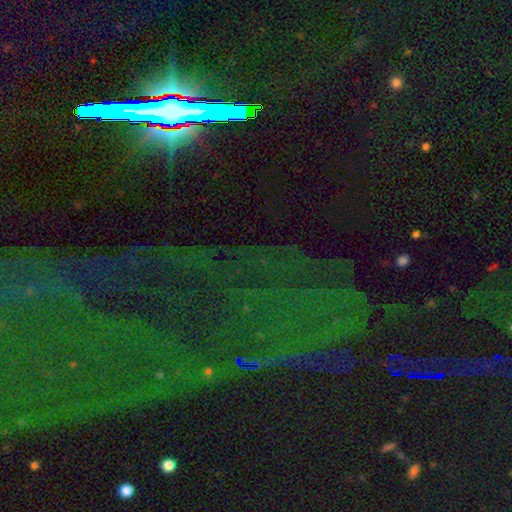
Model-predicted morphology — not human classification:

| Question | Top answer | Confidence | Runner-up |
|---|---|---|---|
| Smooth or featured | star or artifact | 84% | featured or disk (9%) |